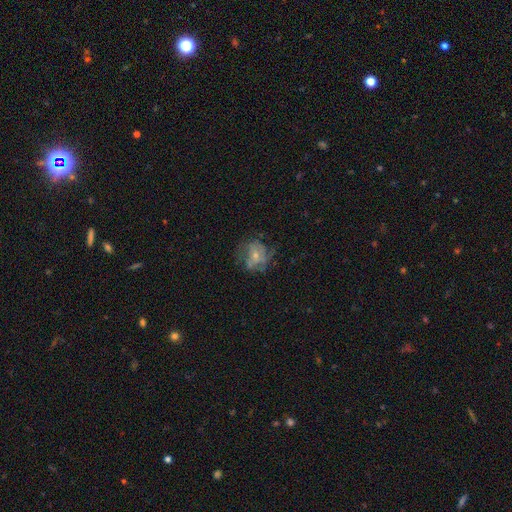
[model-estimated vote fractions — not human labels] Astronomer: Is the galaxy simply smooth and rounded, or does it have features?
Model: featured or disk — 60%.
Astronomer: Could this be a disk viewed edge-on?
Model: no — 97%.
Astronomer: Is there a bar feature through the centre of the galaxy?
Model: no — 71%.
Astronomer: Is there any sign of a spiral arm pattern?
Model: yes — 59% (runner-up: no, 41%).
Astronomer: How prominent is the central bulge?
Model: small — 59%.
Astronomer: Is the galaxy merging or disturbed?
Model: none — 49%.